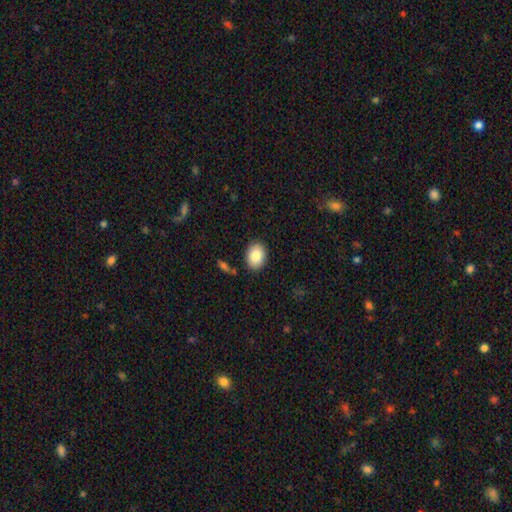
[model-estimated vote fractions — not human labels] The model was most divided on "how rounded": in between: 73%, round: 26%, cigar-shaped: 1%. More confident: merging — none (87%); smooth or featured — smooth (84%).